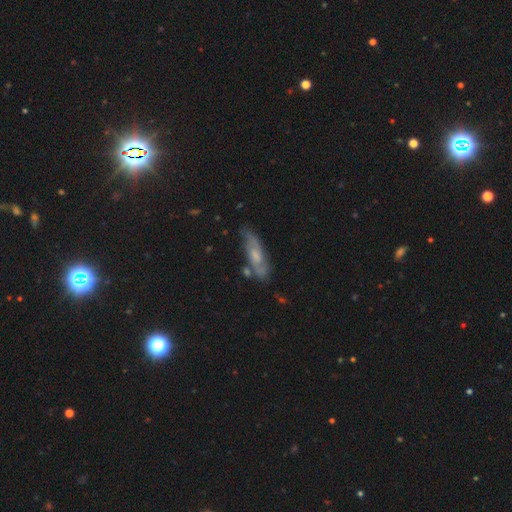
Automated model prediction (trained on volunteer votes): A featured or disk galaxy (57%).

Vote fractions:
- Smooth or featured? featured or disk: 57% / smooth: 34% / star or artifact: 9%
- Edge-on disk? no: 69% / yes: 31%
- Merging? none: 62% / minor disturbance: 22% / merger: 8% / major disturbance: 8%